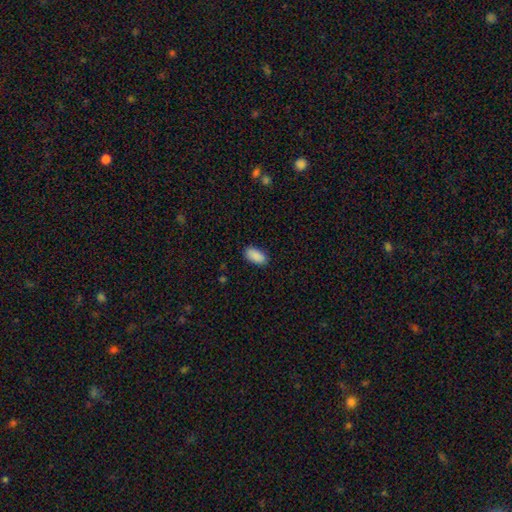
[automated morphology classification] Smooth or featured: smooth — 90% (star or artifact — 7%)
How rounded: in between — 94% (cigar-shaped — 3%)
Merging: none — 88% (minor disturbance — 9%)